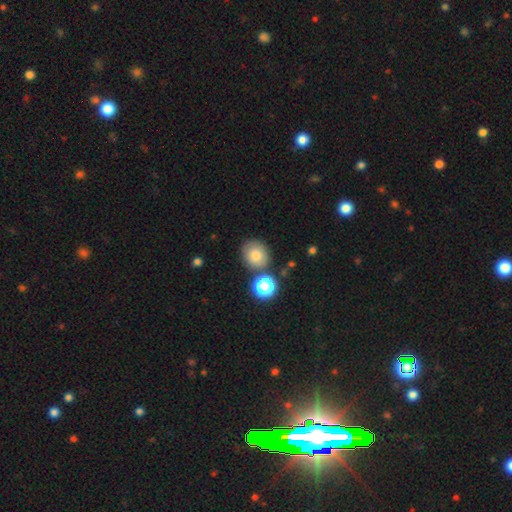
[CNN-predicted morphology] Smooth or featured: smooth — 78% (star or artifact — 11%)
How rounded: round — 78% (in between — 22%)
Merging: none — 72% (merger — 13%)